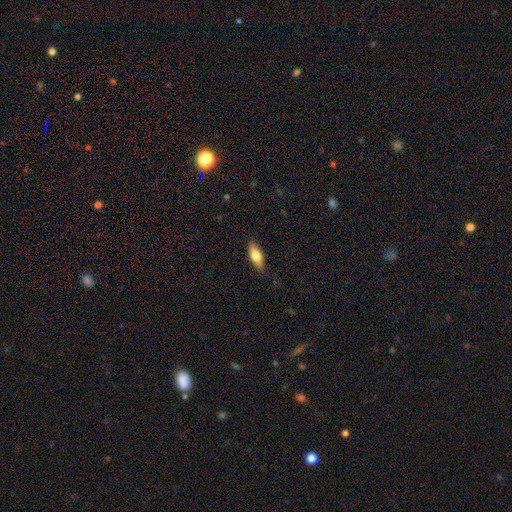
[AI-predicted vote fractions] Q: Smooth or featured?
A: smooth (75%); runner-up: featured or disk (19%)
Q: How rounded?
A: in between (71%); runner-up: cigar-shaped (26%)
Q: Merging?
A: none (82%); runner-up: minor disturbance (14%)